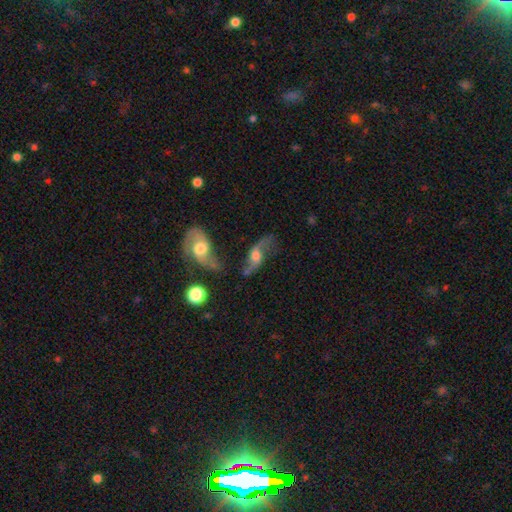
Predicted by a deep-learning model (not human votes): smooth-or-featured: featured or disk: 82% | smooth: 12% | star or artifact: 7%
  disk-edge-on: no: 87% | yes: 13%
    bar: no: 53% | weak: 38% | strong: 9%
    has-spiral-arms: yes: 93% | no: 7%
      spiral-winding: loose: 86% | medium: 11% | tight: 3%
      spiral-arm-count: 2: 92% | 1: 3% | can't tell: 3% | 3: 1% | 4: 1% | more than 4: 1%
    bulge-size: moderate: 50% | large: 22% | small: 19% | none: 6% | dominant: 3%
  merging: none: 57% | minor disturbance: 17% | major disturbance: 13% | merger: 13%